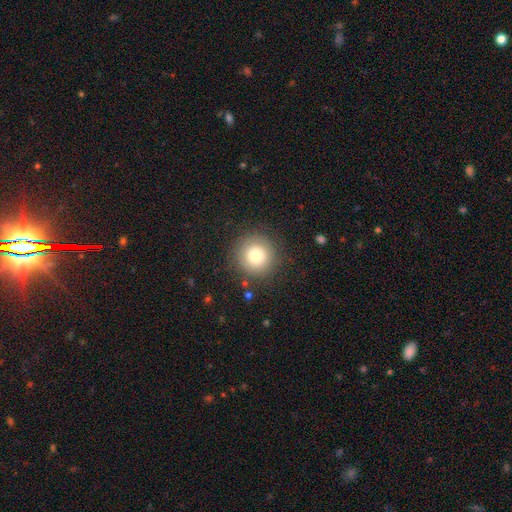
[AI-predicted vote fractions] The model was most divided on "smooth or featured": smooth: 79%, star or artifact: 11%, featured or disk: 11%. More confident: how rounded — round (95%); merging — none (87%).